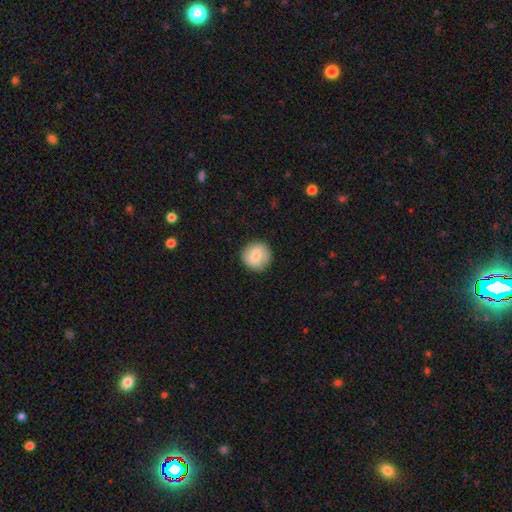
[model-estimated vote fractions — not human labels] Q: Smooth or featured?
A: smooth (80%); runner-up: featured or disk (13%)
Q: How rounded?
A: round (94%); runner-up: in between (5%)
Q: Merging?
A: none (89%); runner-up: minor disturbance (8%)